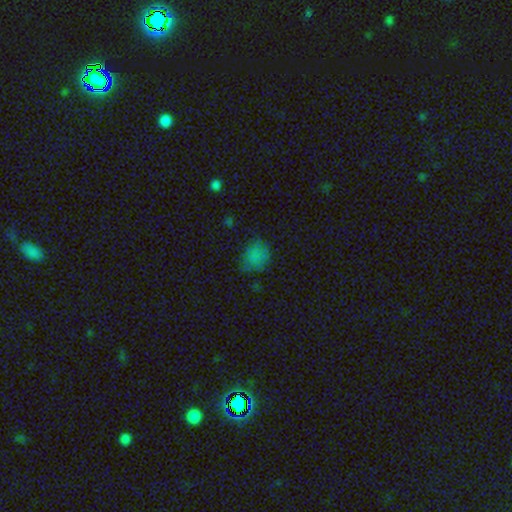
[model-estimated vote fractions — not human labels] A smooth galaxy with no disk features (78%) that is round (59%).

Vote fractions:
- Smooth or featured? smooth: 78% / star or artifact: 15% / featured or disk: 7%
- How rounded? round: 59% / in between: 40% / cigar-shaped: 1%
- Merging? none: 65% / minor disturbance: 26% / major disturbance: 7% / merger: 2%